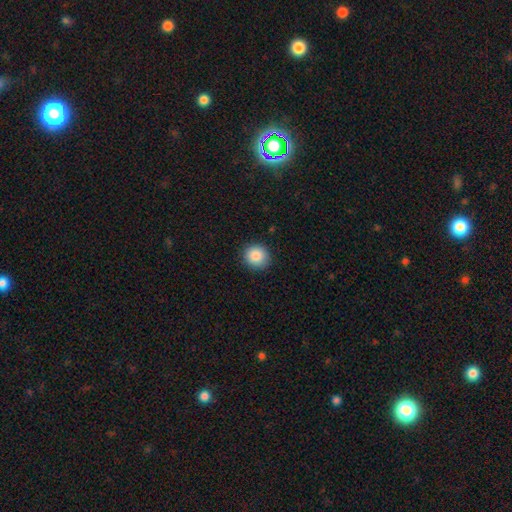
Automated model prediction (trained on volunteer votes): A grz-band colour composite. It shows a smooth galaxy with no disk features (87%) that is round (91%). Merging: none (90%).